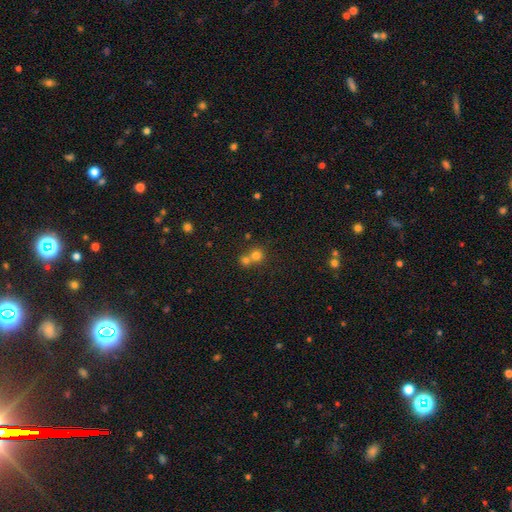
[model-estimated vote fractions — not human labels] A smooth galaxy with no disk features (74%) that is round (87%). Merging: merger (51%).